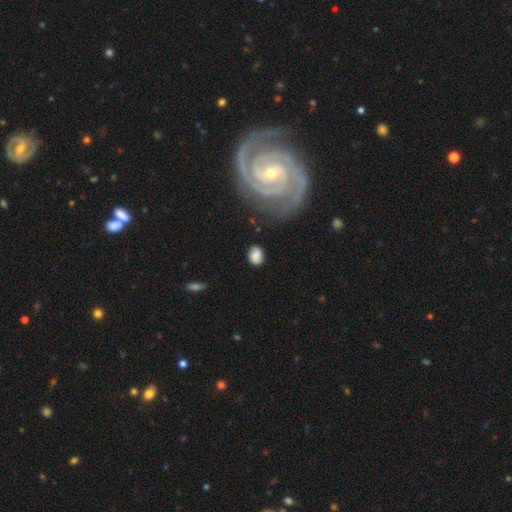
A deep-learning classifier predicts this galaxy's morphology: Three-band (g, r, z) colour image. It shows a smooth galaxy with no disk features (74%) that is in between round and cigar-shaped (70%). Merging: none (73%).